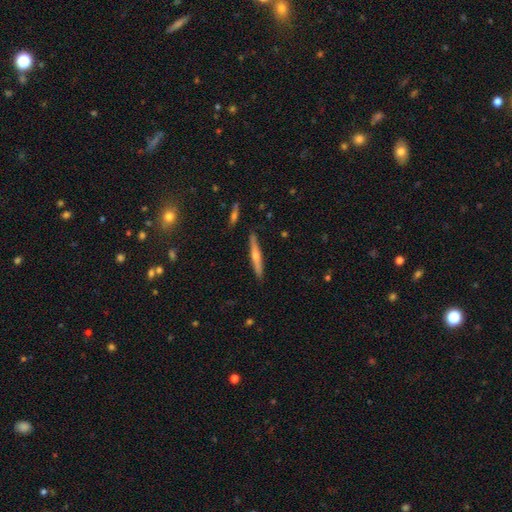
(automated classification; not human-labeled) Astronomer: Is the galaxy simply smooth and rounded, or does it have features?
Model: featured or disk — 63%.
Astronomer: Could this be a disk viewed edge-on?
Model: yes — 97%.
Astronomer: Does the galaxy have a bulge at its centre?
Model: rounded — 84%.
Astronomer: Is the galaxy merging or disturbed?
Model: none — 89%.